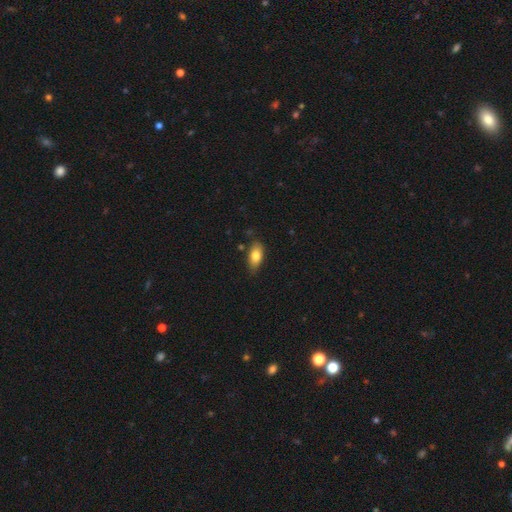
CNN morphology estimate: A smooth galaxy with no disk features (80%) that is in between round and cigar-shaped (88%). Merging: none (78%).